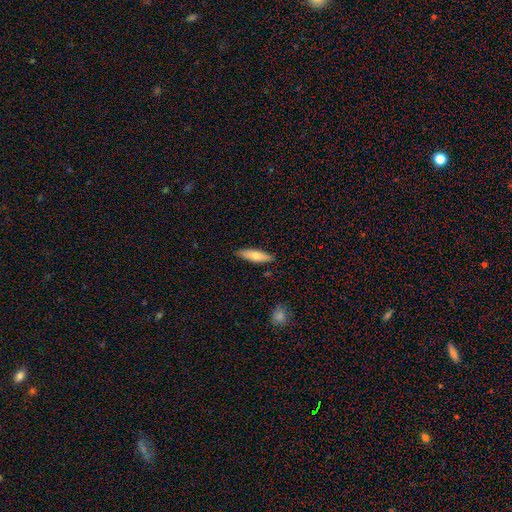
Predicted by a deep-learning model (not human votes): A smooth galaxy with no disk features (73%) that is cigar-shaped (59%).

Vote fractions:
- Smooth or featured? smooth: 73% / featured or disk: 22% / star or artifact: 6%
- How rounded? cigar-shaped: 59% / in between: 39% / round: 2%
- Merging? none: 88% / minor disturbance: 9% / major disturbance: 2% / merger: 1%